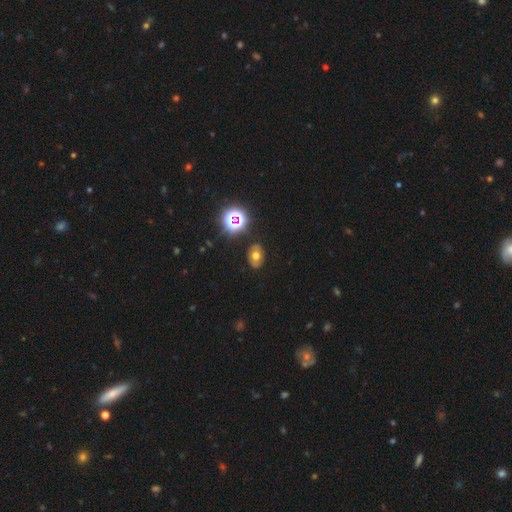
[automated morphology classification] The model was most divided on "smooth or featured": smooth: 51%, featured or disk: 28%, star or artifact: 21%. More confident: merging — none (83%); how rounded — in between (71%).